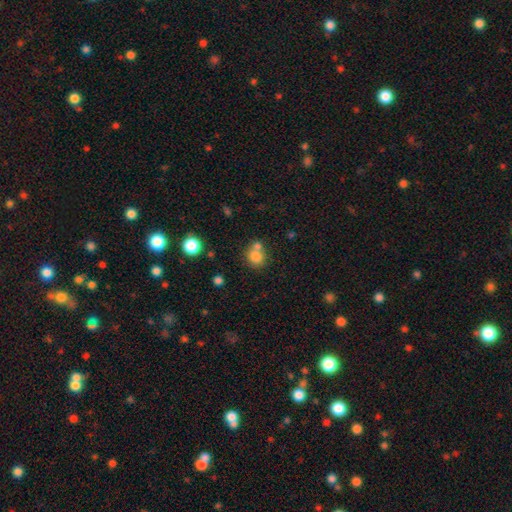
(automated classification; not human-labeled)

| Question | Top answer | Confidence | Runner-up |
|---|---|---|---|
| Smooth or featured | smooth | 79% | star or artifact (12%) |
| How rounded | round | 76% | in between (23%) |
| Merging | none | 47% | merger (40%) |